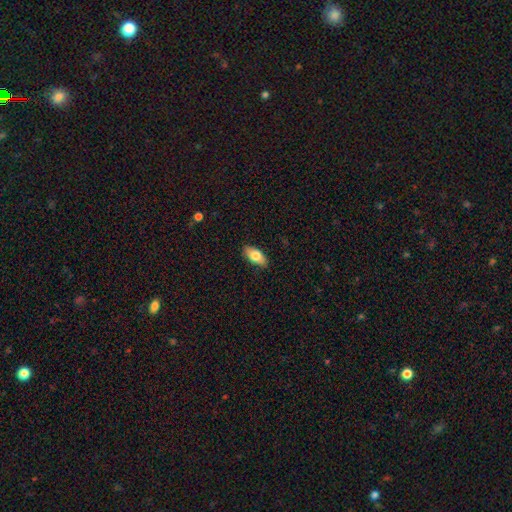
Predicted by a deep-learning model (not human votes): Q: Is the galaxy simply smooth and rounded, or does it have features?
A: smooth — 77%.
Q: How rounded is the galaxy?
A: in between — 88%.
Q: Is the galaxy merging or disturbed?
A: none — 88%.